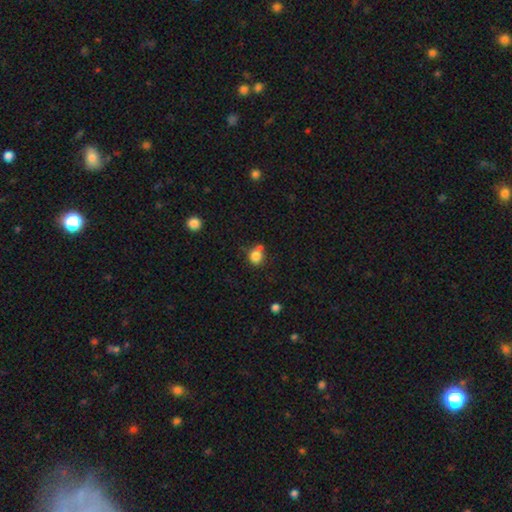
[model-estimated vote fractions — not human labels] Overall: smooth (82%). How rounded: round (80%). Merging: none (54%; merger 29%).